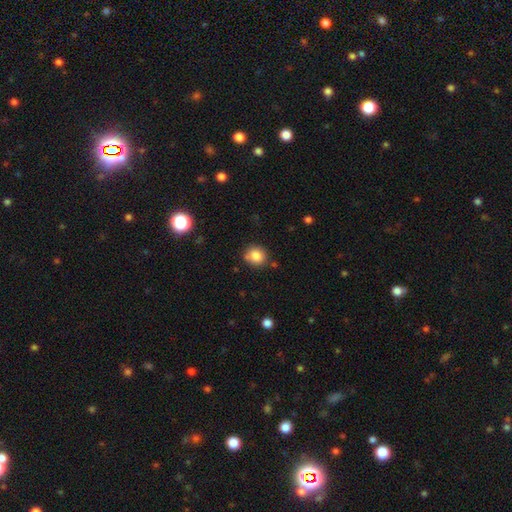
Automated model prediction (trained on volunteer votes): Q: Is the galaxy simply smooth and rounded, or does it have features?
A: smooth — 83%.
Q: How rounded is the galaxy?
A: round — 82%.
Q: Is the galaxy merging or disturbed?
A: none — 79%.